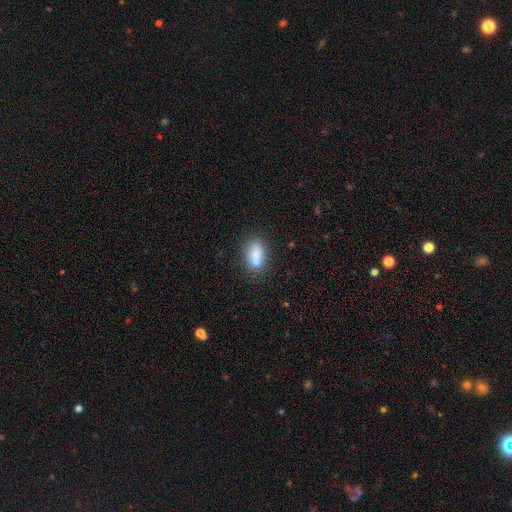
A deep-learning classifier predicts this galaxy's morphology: The model was most divided on "merging": none: 74%, minor disturbance: 16%, merger: 5%, major disturbance: 4%. More confident: how rounded — in between (85%); smooth or featured — smooth (84%).